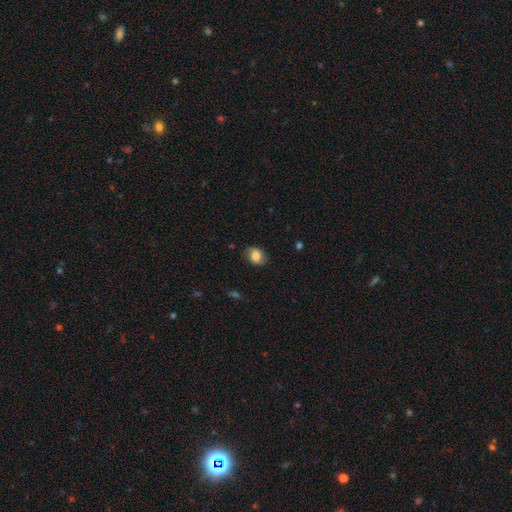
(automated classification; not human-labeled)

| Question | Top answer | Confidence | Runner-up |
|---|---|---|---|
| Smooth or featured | smooth | 69% | featured or disk (23%) |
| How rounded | in between | 65% | round (33%) |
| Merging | none | 75% | minor disturbance (19%) |